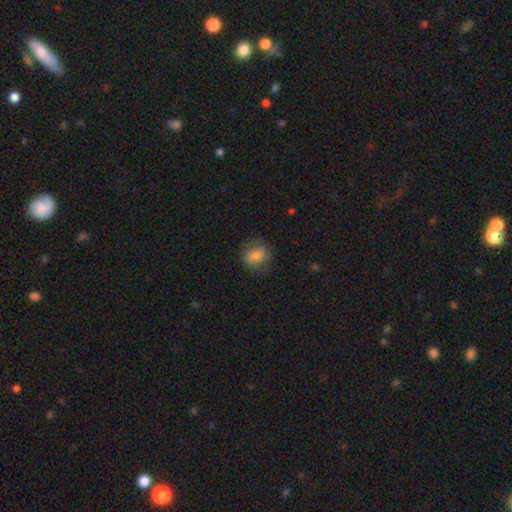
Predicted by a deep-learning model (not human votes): Smooth or featured? Predicted: smooth (p=0.76). How rounded? Predicted: round (p=0.60). Merging? Predicted: none (p=0.75).